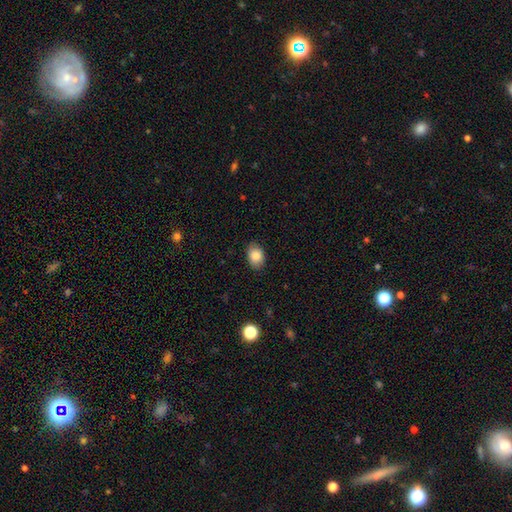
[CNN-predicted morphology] smooth-or-featured: smooth: 86% | star or artifact: 8% | featured or disk: 6%
  how-rounded: in between: 78% | round: 21% | cigar-shaped: 1%
  merging: none: 85% | minor disturbance: 12% | major disturbance: 2% | merger: 1%